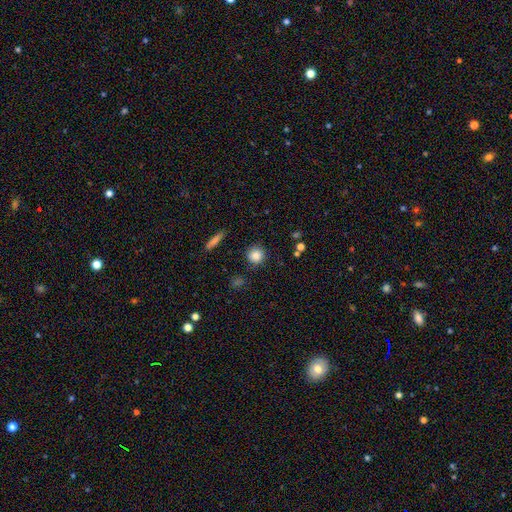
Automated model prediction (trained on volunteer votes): Overall: smooth (85%). How rounded: round (91%). Merging: none (87%).